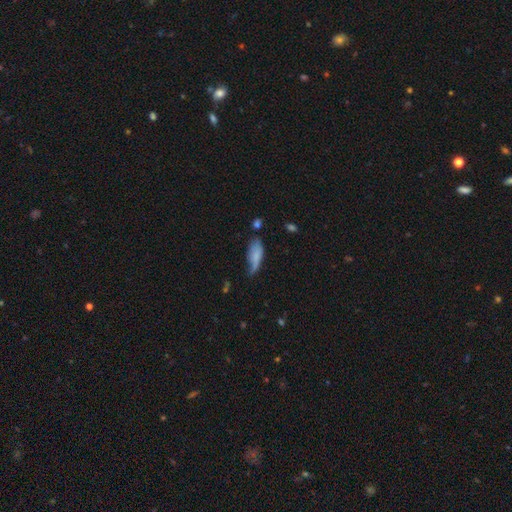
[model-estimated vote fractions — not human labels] Smooth or featured? Predicted: smooth (p=0.76). How rounded? Predicted: in between (p=0.71). Merging? Predicted: minor disturbance (p=0.41).